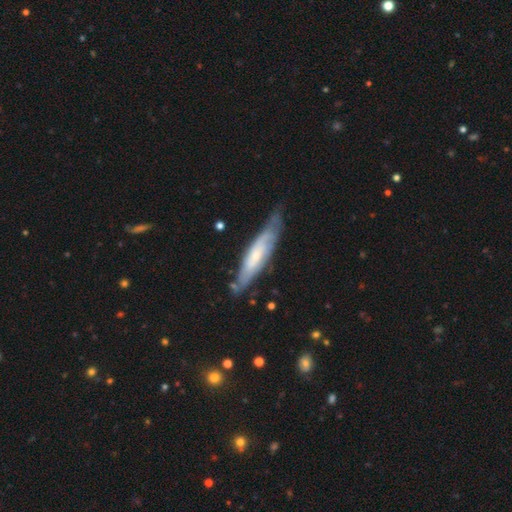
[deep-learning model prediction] This appears to be a featured or disk galaxy (56%) viewed edge-on (53%). Merging: none (68%).